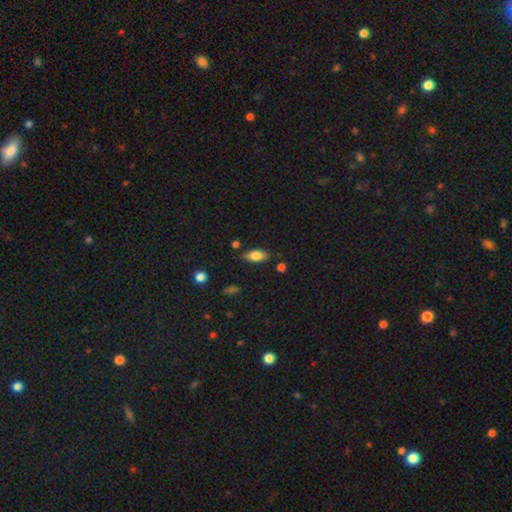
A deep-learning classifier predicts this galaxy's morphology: Smooth or featured?
  - smooth: 74% *
  - featured or disk: 18%
  - star or artifact: 8%
How rounded?
  - in between: 86% *
  - cigar-shaped: 11%
  - round: 3%
Merging?
  - none: 81% *
  - minor disturbance: 13%
  - merger: 3%
  - major disturbance: 3%